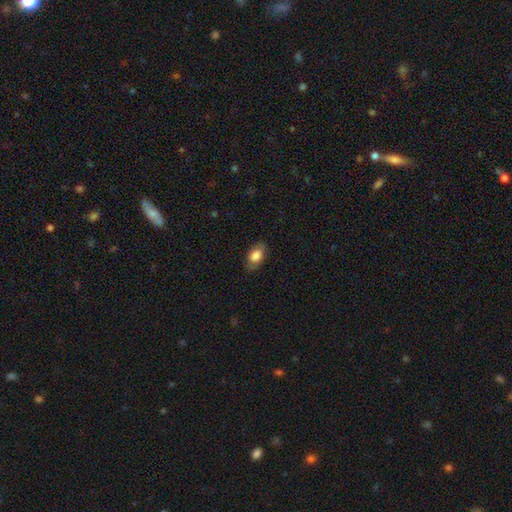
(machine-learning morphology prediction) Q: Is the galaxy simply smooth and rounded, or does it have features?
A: smooth — 79%.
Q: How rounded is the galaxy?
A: in between — 91%.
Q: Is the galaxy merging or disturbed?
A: none — 82%.